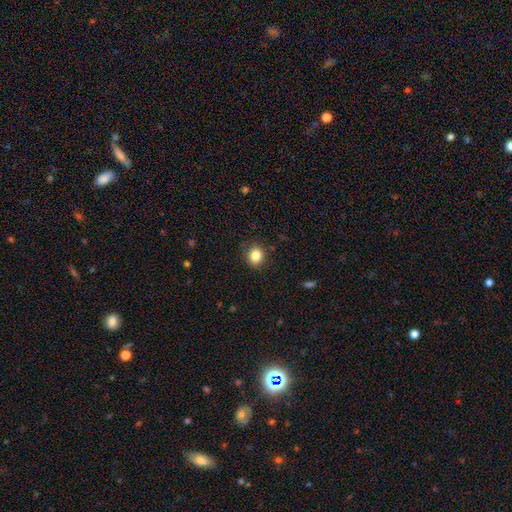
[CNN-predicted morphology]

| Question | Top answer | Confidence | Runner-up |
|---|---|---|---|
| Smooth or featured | smooth | 84% | star or artifact (11%) |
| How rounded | round | 74% | in between (26%) |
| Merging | none | 88% | minor disturbance (9%) |